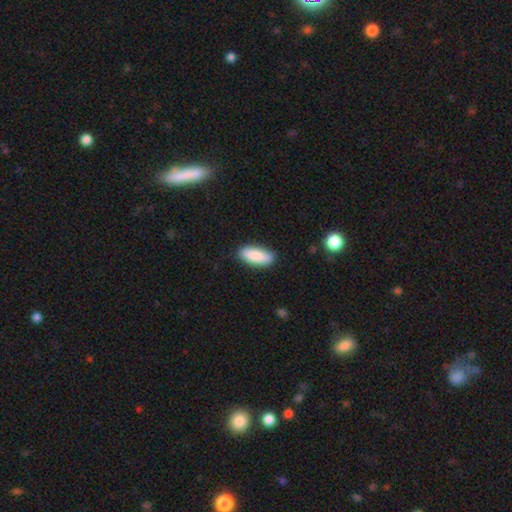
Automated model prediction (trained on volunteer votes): A smooth galaxy with no disk features (87%) that is in between round and cigar-shaped (78%). Merging: none (85%).